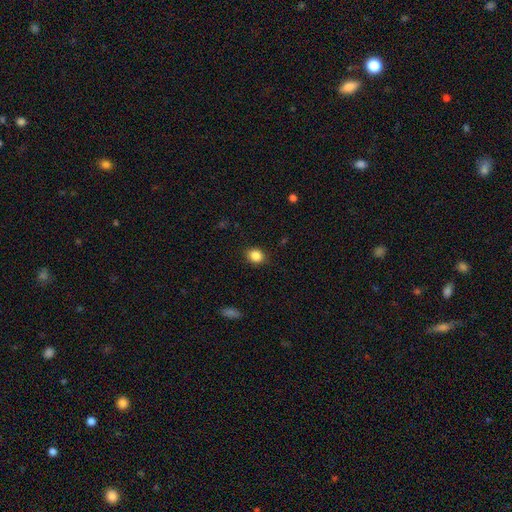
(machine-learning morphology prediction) Overall: smooth (86%). How rounded: round (62%; in between 37%). Merging: none (87%).